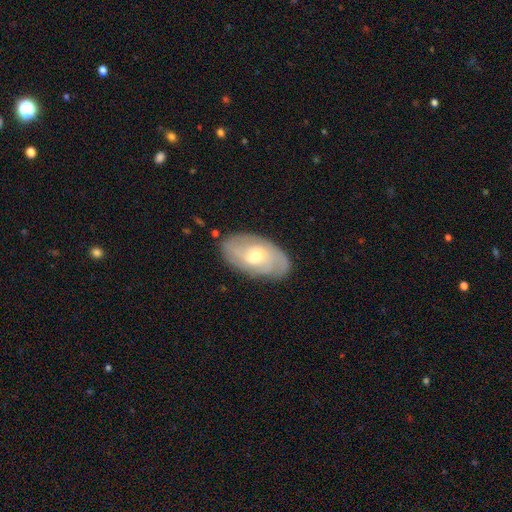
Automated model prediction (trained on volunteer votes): Q: Smooth or featured?
A: featured or disk (65%); runner-up: smooth (28%)
Q: Edge-on disk?
A: no (93%); runner-up: yes (7%)
Q: Bar?
A: no (55%); runner-up: weak (38%)
Q: Spiral arms?
A: yes (82%); runner-up: no (18%)
Q: Bulge size?
A: moderate (61%); runner-up: small (33%)
Q: Merging?
A: none (81%); runner-up: minor disturbance (14%)